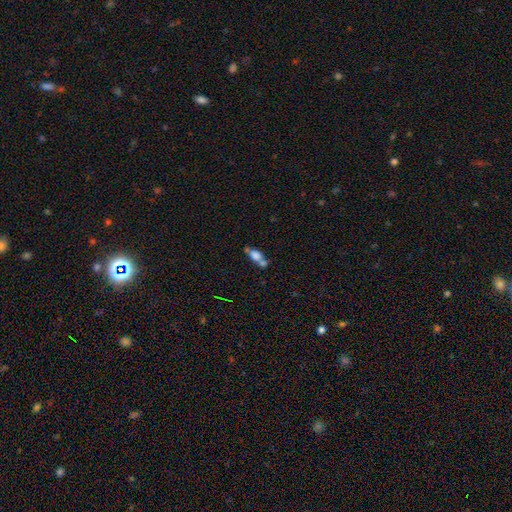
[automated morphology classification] Smooth or featured: smooth — 68% (featured or disk — 21%)
How rounded: in between — 73% (round — 14%)
Merging: merger — 52% (none — 30%)